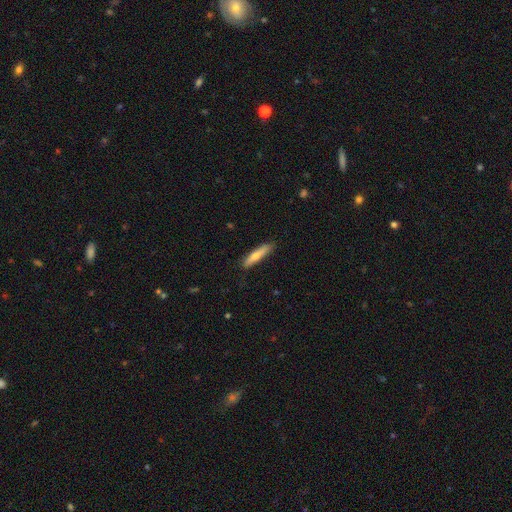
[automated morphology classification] Smooth or featured? Predicted: smooth (p=0.67). How rounded? Predicted: cigar-shaped (p=0.88). Merging? Predicted: none (p=0.85).